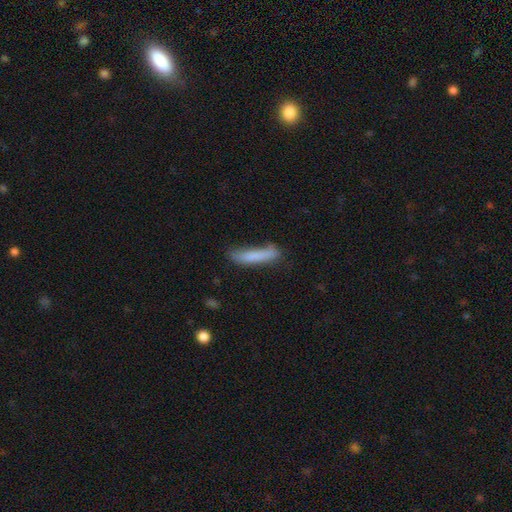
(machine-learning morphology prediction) Smooth or featured? smooth (79%)
How rounded? cigar-shaped (87%)
Merging? none (61%)